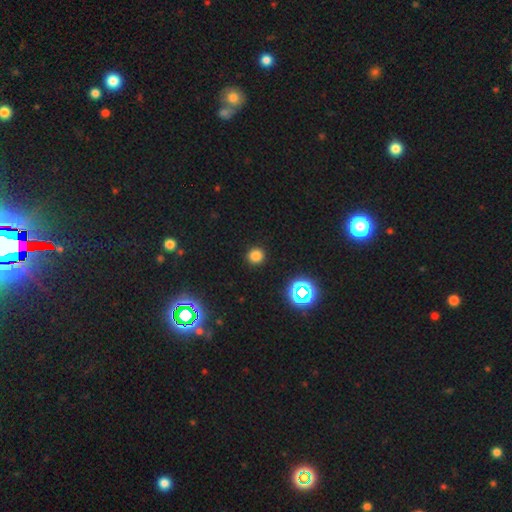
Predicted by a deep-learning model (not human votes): Smooth or featured?
  - smooth: 77% *
  - star or artifact: 19%
  - featured or disk: 4%
How rounded?
  - round: 92% *
  - in between: 7%
  - cigar-shaped: 1%
Merging?
  - none: 91% *
  - minor disturbance: 6%
  - major disturbance: 2%
  - merger: 1%